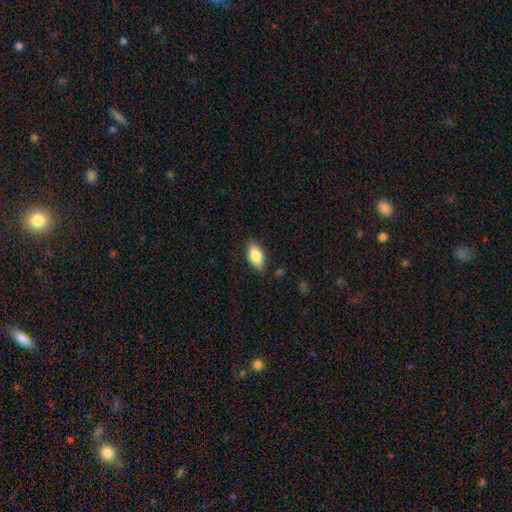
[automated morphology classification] A smooth galaxy with no disk features (81%) that is in between round and cigar-shaped (91%).

Vote fractions:
- Smooth or featured? smooth: 81% / featured or disk: 12% / star or artifact: 7%
- How rounded? in between: 91% / cigar-shaped: 5% / round: 3%
- Merging? none: 85% / minor disturbance: 12% / major disturbance: 2% / merger: 1%